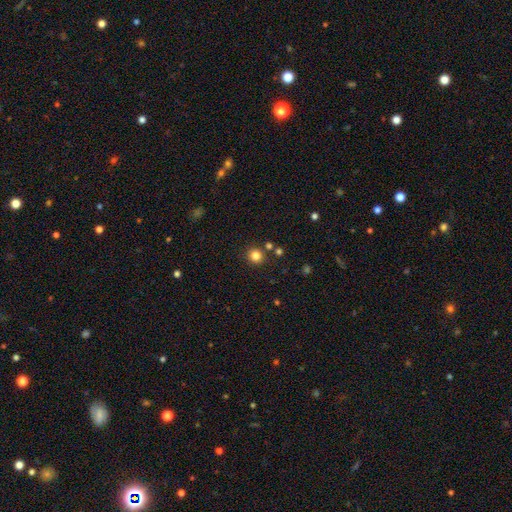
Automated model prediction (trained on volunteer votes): smooth-or-featured: smooth: 82% | star or artifact: 13% | featured or disk: 5%
  how-rounded: round: 93% | in between: 6% | cigar-shaped: 1%
  merging: none: 85% | minor disturbance: 7% | merger: 6% | major disturbance: 2%